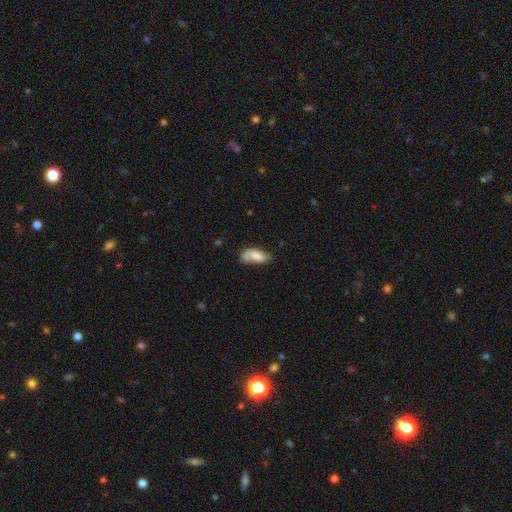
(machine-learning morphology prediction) Overall: smooth (74%). How rounded: in between (86%). Merging: none (55%; minor disturbance 31%).